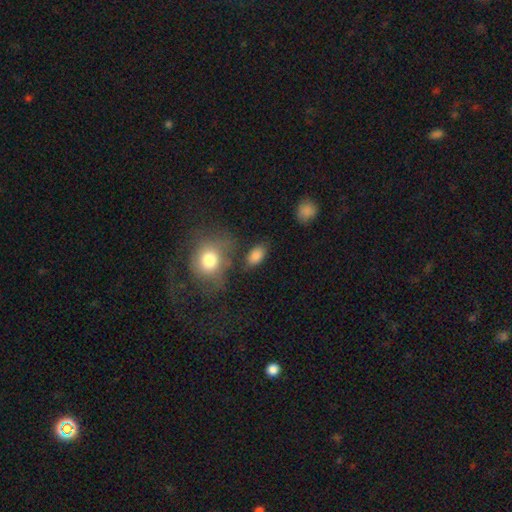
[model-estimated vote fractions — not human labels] smooth_or_featured: smooth (p=0.85) [alt: star or artifact p=0.09]
how_rounded: in between (p=0.89) [alt: round p=0.09]
merging: none (p=0.74) [alt: minor disturbance p=0.14]